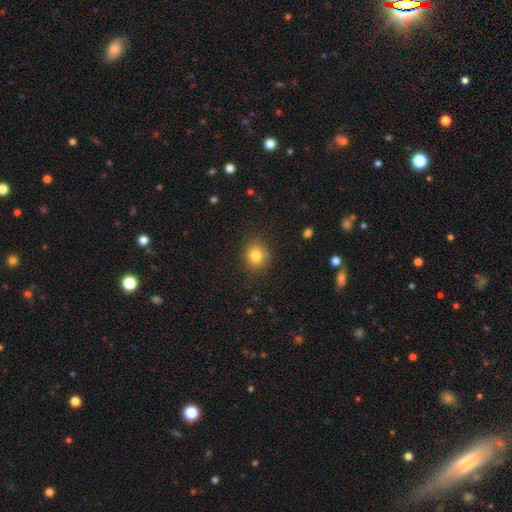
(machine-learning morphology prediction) This is clearly a smooth galaxy (82%). How rounded: clearly round (81%). Merging: clearly none (84%).